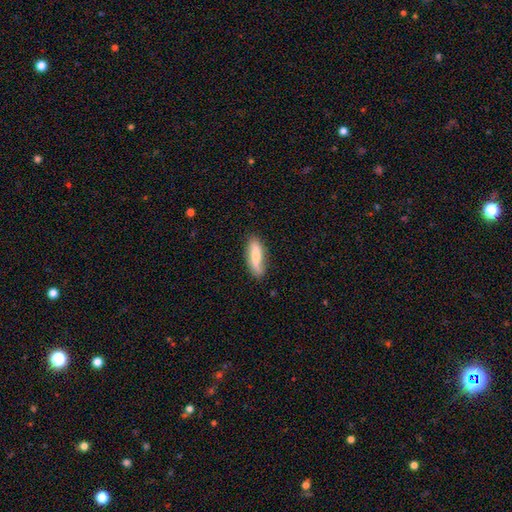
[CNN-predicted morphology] A smooth galaxy with no disk features (66%) that is in between round and cigar-shaped (52%).

Vote fractions:
- Smooth or featured? smooth: 66% / featured or disk: 28% / star or artifact: 6%
- How rounded? in between: 52% / cigar-shaped: 46% / round: 2%
- Merging? none: 75% / minor disturbance: 19% / major disturbance: 4% / merger: 2%